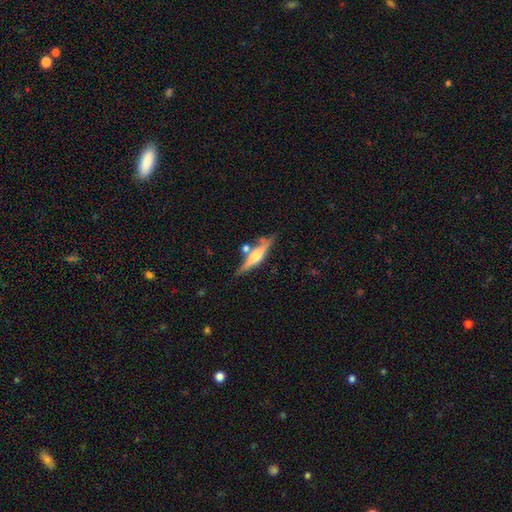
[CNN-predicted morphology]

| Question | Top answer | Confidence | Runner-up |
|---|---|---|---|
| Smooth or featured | featured or disk | 60% | smooth (33%) |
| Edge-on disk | yes | 94% | no (6%) |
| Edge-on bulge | rounded | 81% | boxy (11%) |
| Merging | none | 69% | minor disturbance (15%) |